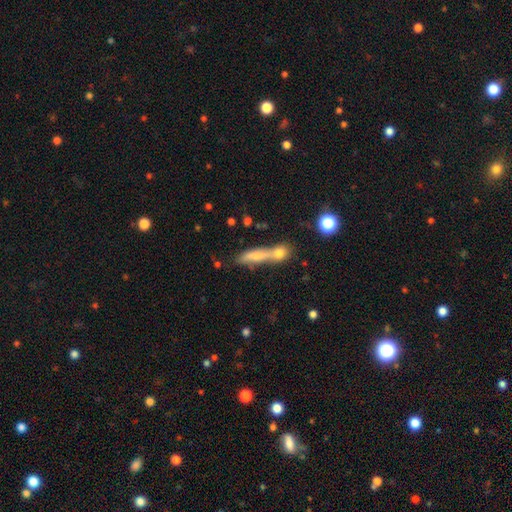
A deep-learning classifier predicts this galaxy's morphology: This is likely a smooth galaxy (67%). How rounded: likely cigar-shaped (68%). Merging: possibly merger (52%).